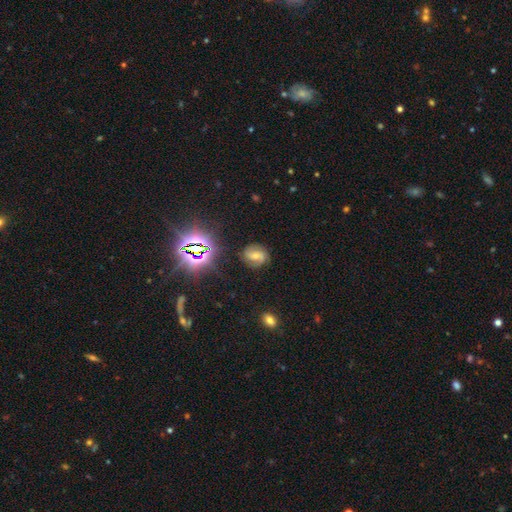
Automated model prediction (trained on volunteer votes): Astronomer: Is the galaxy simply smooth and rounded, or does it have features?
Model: featured or disk — 55%.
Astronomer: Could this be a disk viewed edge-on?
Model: no — 97%.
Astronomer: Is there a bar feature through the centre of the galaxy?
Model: weak — 42% (runner-up: no, 35%).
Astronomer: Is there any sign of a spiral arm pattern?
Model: yes — 89%.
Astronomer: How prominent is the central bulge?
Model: small — 46% (runner-up: moderate, 40%).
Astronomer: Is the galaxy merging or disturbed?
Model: none — 77%.